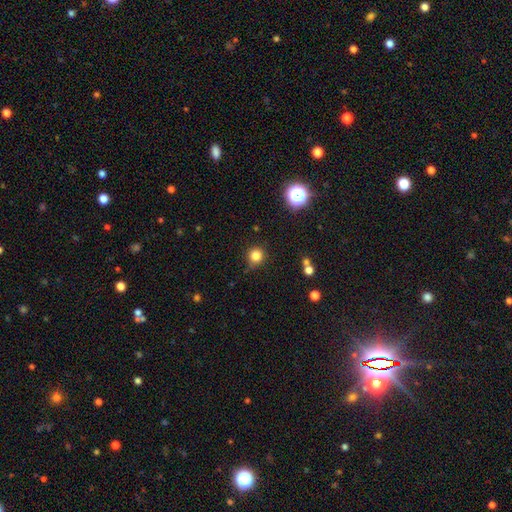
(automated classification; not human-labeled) smooth 81%, star or artifact 13%, featured or disk 5%. Down the decision tree: how rounded — round (92%); merging — none (78%).